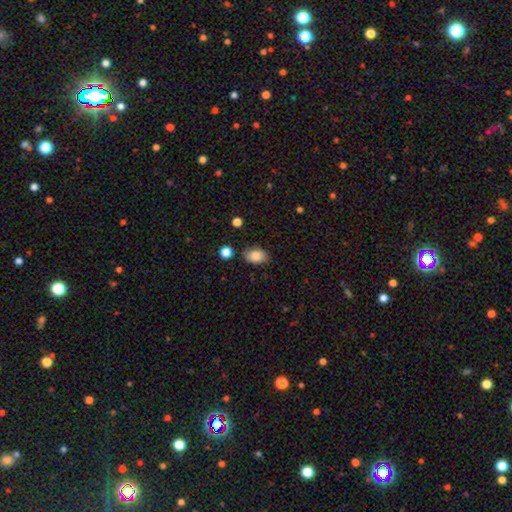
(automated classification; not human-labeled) This is clearly a smooth galaxy (84%). How rounded: clearly in between (85%). Merging: clearly none (81%).